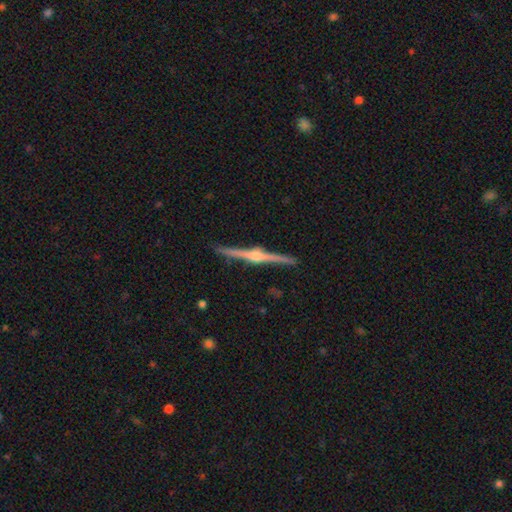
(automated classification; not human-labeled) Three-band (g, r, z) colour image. It shows a featured or disk galaxy (88%) viewed edge-on (99%) with a rounded central bulge (93%). Merging: none (92%).